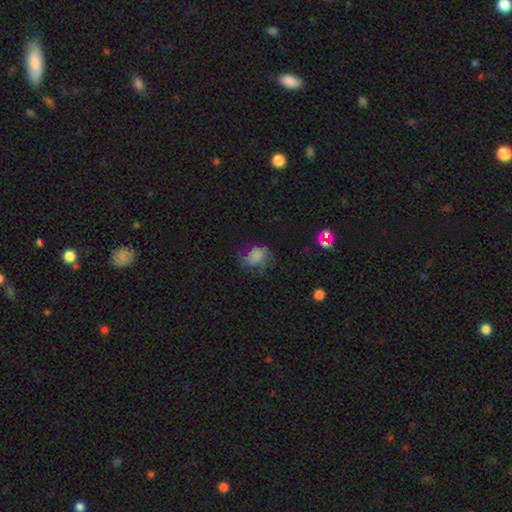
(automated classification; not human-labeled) Smooth or featured: smooth — 53% (featured or disk — 35%)
How rounded: round — 50% (in between — 49%)
Merging: none — 50% (minor disturbance — 25%)